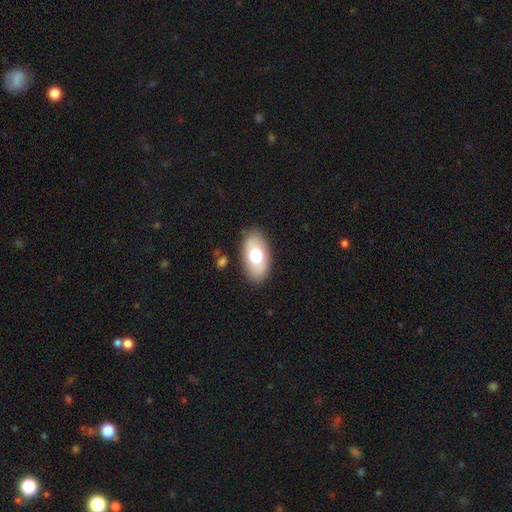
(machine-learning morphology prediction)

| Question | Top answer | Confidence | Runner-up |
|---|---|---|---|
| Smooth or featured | smooth | 74% | featured or disk (20%) |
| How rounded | in between | 94% | round (4%) |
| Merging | none | 85% | minor disturbance (11%) |